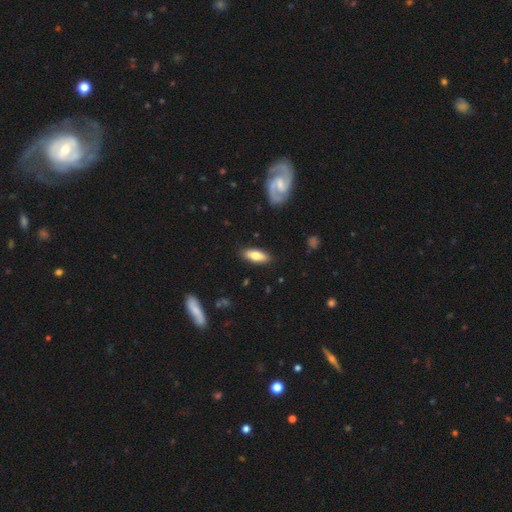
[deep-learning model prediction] The model was most divided on "how rounded": in between: 72%, cigar-shaped: 26%, round: 2%. More confident: merging — none (87%); smooth or featured — smooth (72%).